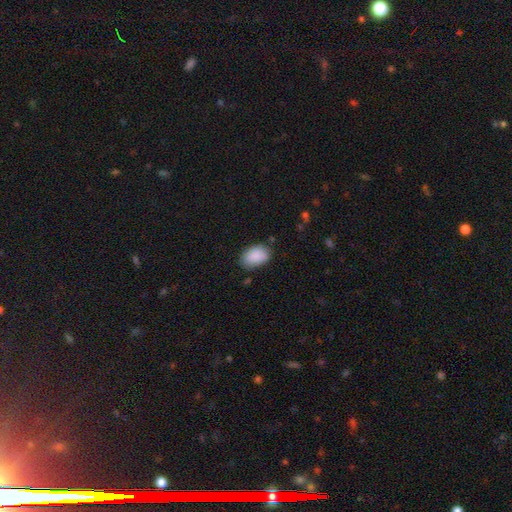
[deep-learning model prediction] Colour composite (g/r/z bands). It shows a smooth galaxy with no disk features (89%) that is in between round and cigar-shaped (86%). Merging: none (74%).